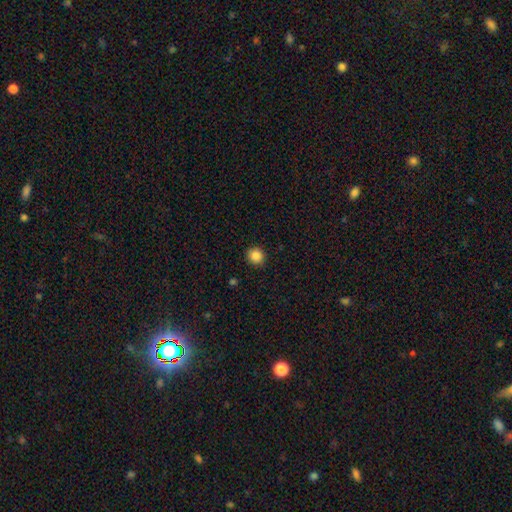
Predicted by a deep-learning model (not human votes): Morphology: type=smooth (86%); roundness=round (88%); merging=none (91%).